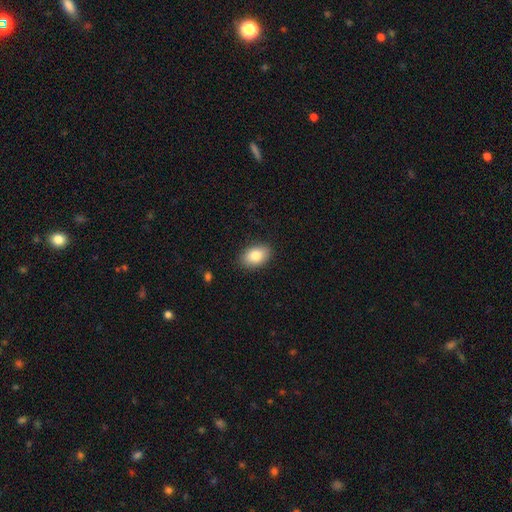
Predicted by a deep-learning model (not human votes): Morphology: type=smooth (84%); roundness=in between (86%); merging=none (87%).